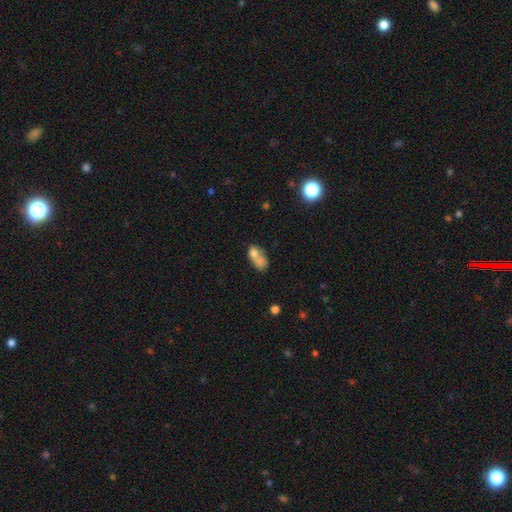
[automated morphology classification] A smooth galaxy with no disk features (69%) that is in between round and cigar-shaped (80%).

Vote fractions:
- Smooth or featured? smooth: 69% / featured or disk: 20% / star or artifact: 11%
- How rounded? in between: 80% / round: 17% / cigar-shaped: 3%
- Merging? merger: 44% / none: 26% / minor disturbance: 17% / major disturbance: 14%